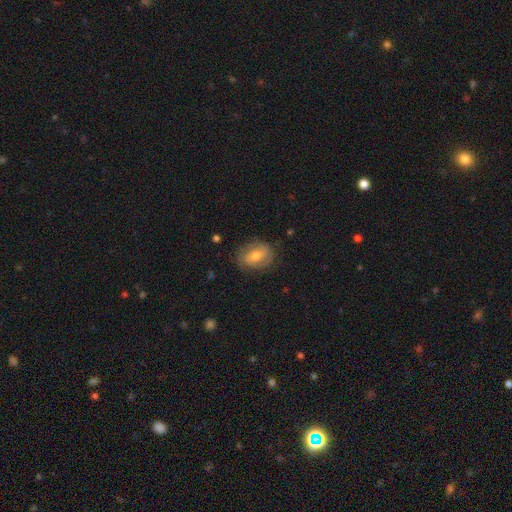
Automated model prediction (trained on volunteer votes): Smooth or featured? featured or disk (49%)
Merging? none (74%)